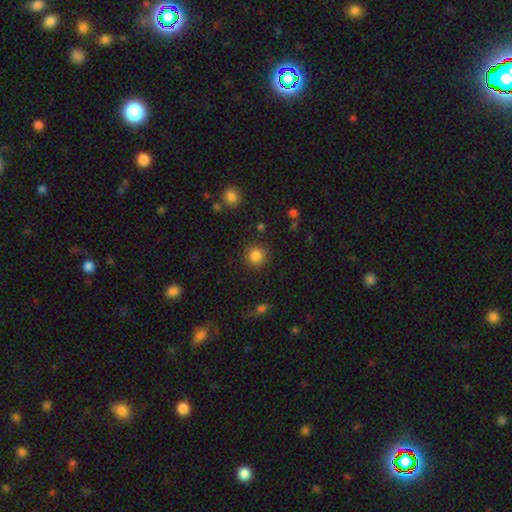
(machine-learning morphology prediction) The model was most divided on "smooth or featured": smooth: 85%, star or artifact: 11%, featured or disk: 4%. More confident: how rounded — round (93%); merging — none (89%).